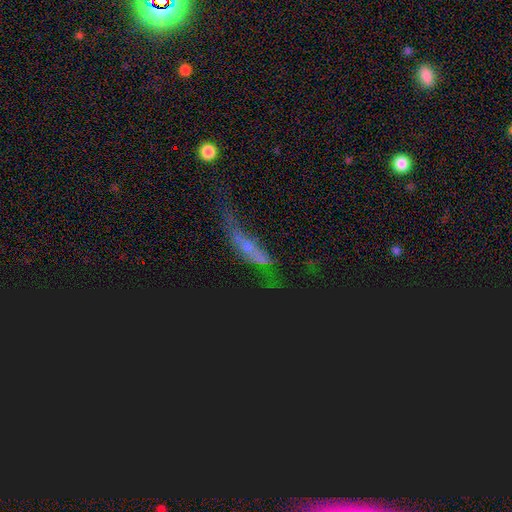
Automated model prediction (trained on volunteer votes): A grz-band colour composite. It shows a star or artifact, not a galaxy (41%).